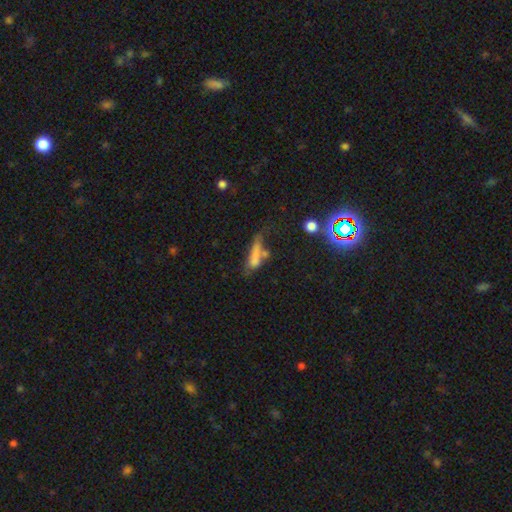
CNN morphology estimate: A smooth galaxy with no disk features (63%) that is cigar-shaped (56%). Merging: major disturbance (28%).